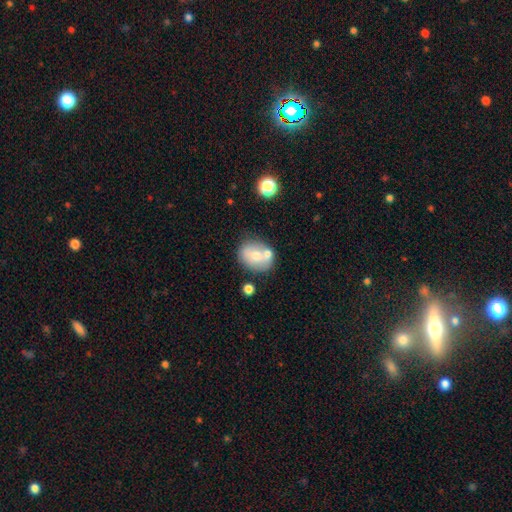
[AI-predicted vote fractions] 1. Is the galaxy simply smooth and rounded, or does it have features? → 60% smooth, 31% featured or disk, 9% star or artifact.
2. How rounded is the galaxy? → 52% round, 47% in between, 1% cigar-shaped.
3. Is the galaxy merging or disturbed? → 56% none, 22% merger, 17% minor disturbance, 5% major disturbance.